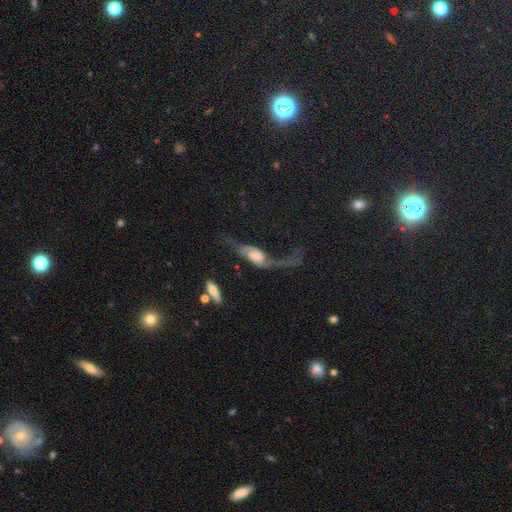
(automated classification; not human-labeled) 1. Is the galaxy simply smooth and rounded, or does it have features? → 71% featured or disk, 21% smooth, 8% star or artifact.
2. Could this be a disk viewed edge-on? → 79% no, 21% yes.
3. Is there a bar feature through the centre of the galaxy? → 55% no, 32% weak, 13% strong.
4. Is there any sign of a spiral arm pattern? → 85% yes, 15% no.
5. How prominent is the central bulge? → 32% large, 21% none, 19% moderate, 15% small, 12% dominant.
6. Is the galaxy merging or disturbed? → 46% major disturbance, 30% none, 16% minor disturbance, 8% merger.